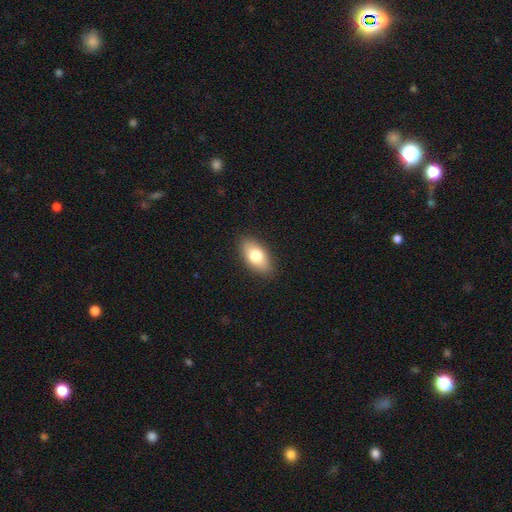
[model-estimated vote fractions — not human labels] This is likely a smooth galaxy (76%). How rounded: clearly in between (90%). Merging: clearly none (88%).